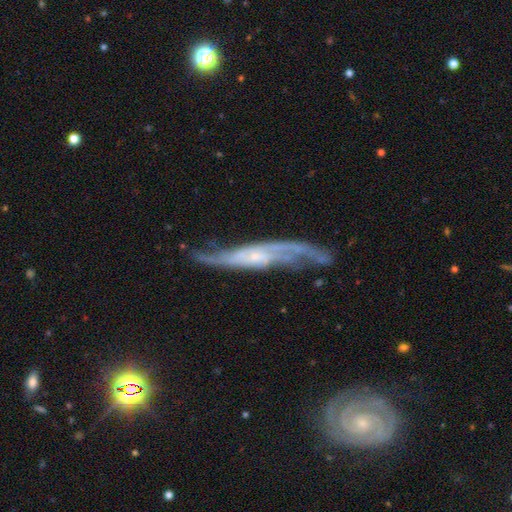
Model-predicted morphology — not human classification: Smooth or featured? Predicted: featured or disk (p=0.84). Edge-on disk? Predicted: no (p=0.60). Bar? Predicted: no (p=0.54). Spiral arms? Predicted: yes (p=0.95). Bulge size? Predicted: small (p=0.66). Merging? Predicted: none (p=0.59).